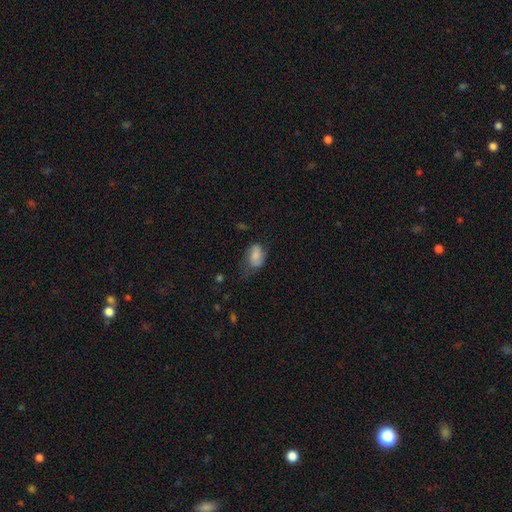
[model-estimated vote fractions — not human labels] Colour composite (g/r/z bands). It shows a smooth galaxy with no disk features (72%) that is in between round and cigar-shaped (83%). Merging: none (39%).